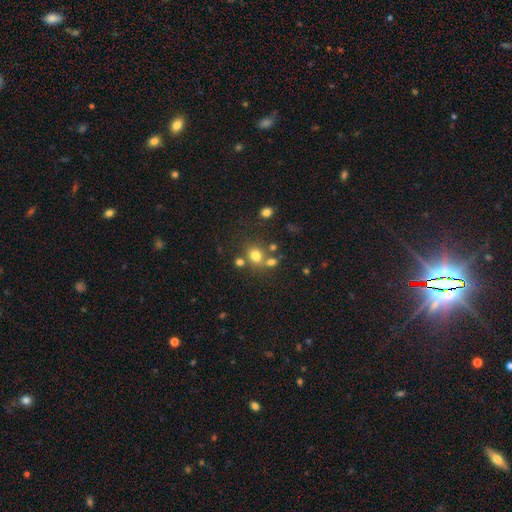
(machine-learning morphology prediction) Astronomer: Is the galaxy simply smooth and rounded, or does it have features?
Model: smooth — 74%.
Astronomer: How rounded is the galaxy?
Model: round — 62%.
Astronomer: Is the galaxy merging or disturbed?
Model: none — 55%.